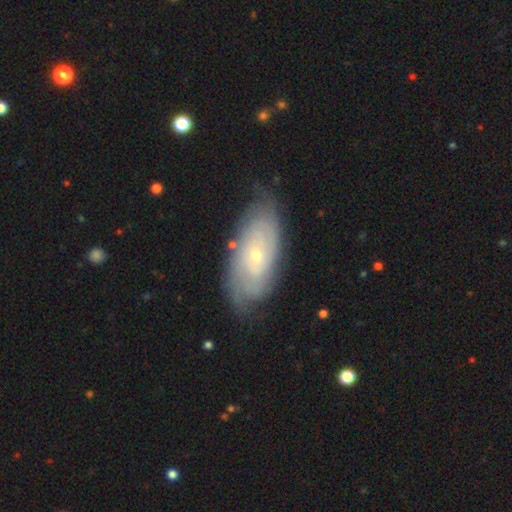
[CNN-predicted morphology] type=featured or disk (75%); edge-on=no (92%); bar=no (78%); spiral arms=yes (87%); winding=tight (78%); arm count=can't tell (56%); bulge=small (72%); merging=none (74%).